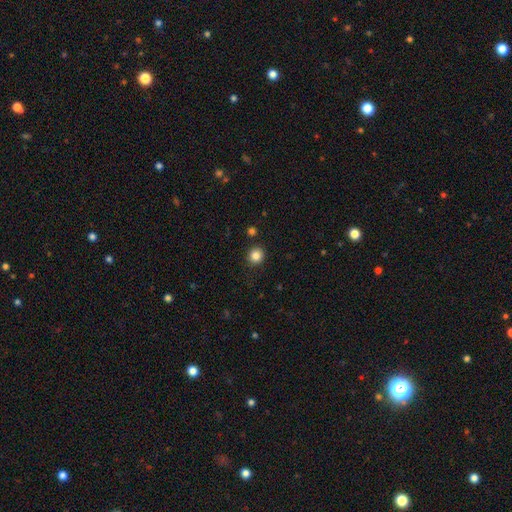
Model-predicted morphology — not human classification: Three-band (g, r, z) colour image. It shows a smooth galaxy with no disk features (84%) that is round (89%). Merging: none (90%).